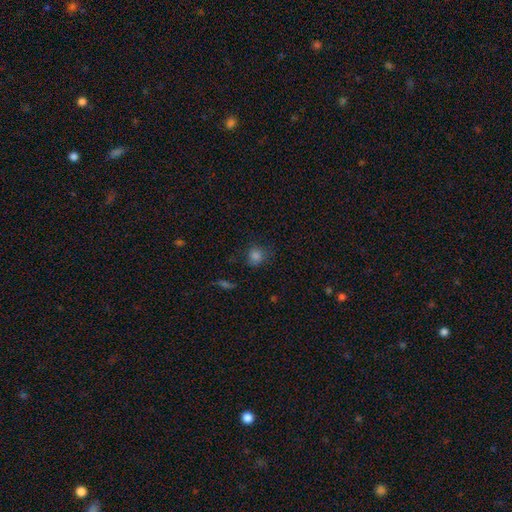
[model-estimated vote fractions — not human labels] Smooth or featured? Predicted: smooth (p=0.79). How rounded? Predicted: round (p=0.80). Merging? Predicted: none (p=0.73).